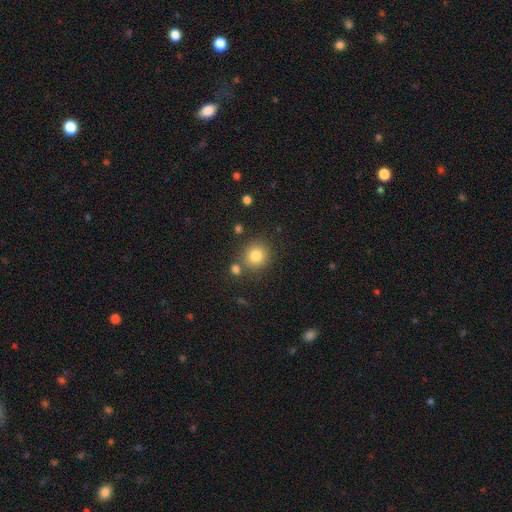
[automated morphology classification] type=smooth (81%); roundness=round (89%); merging=none (78%).